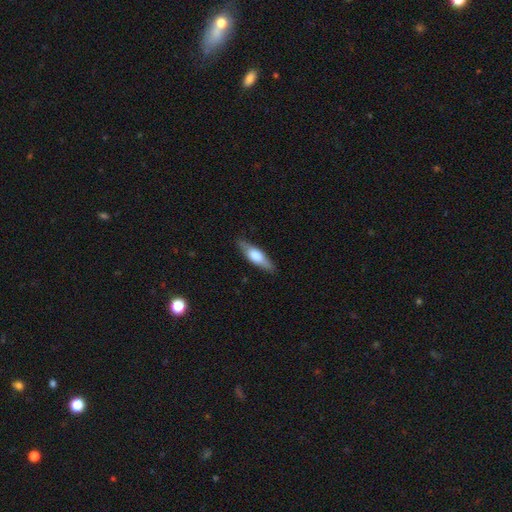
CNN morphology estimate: The model was most divided on "how rounded": cigar-shaped: 55%, in between: 43%, round: 2%. More confident: merging — none (85%); smooth or featured — smooth (54%).